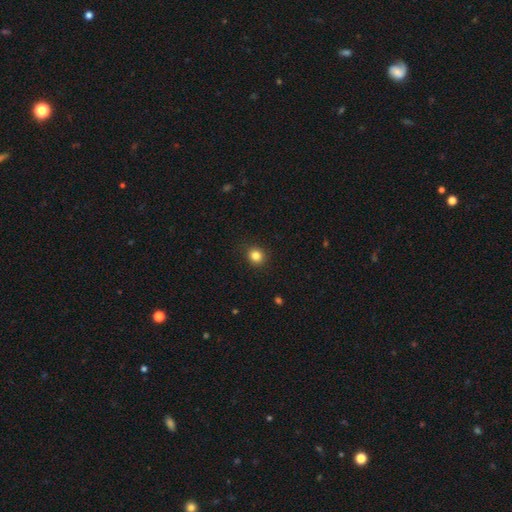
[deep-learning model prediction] smooth-or-featured: smooth: 83% | star or artifact: 12% | featured or disk: 5%
  how-rounded: round: 85% | in between: 15% | cigar-shaped: 1%
  merging: none: 91% | minor disturbance: 6% | major disturbance: 2% | merger: 1%